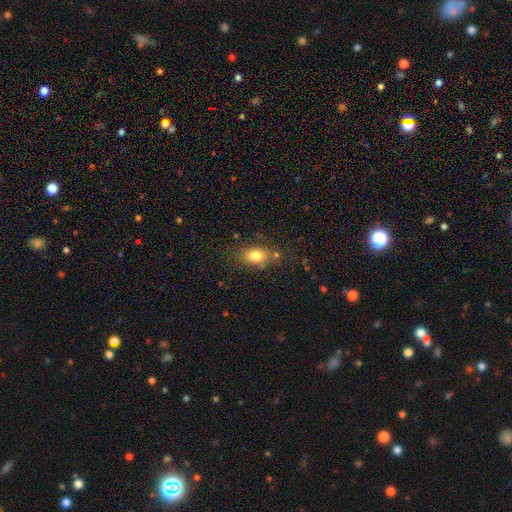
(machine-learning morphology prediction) This appears to be a smooth galaxy with no disk features (78%) that is in between round and cigar-shaped (73%). Merging: none (72%).